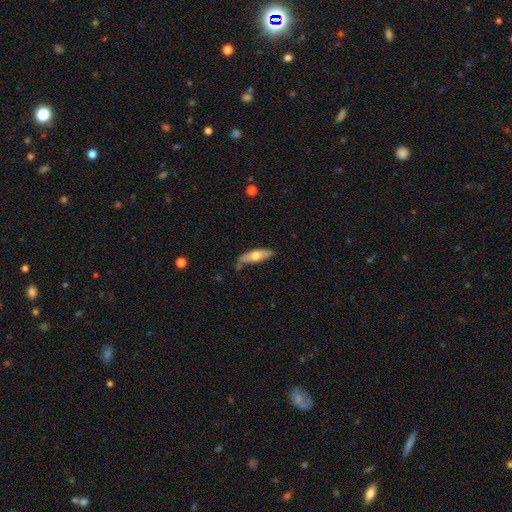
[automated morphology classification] smooth 56%, featured or disk 39%, star or artifact 5%. Down the decision tree: how rounded — cigar-shaped (56%); merging — none (66%).